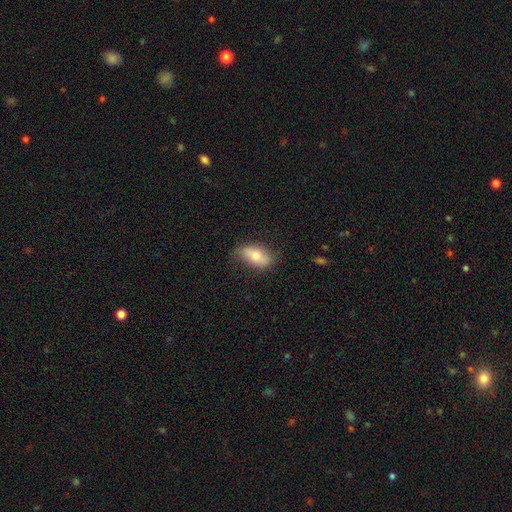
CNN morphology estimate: type=smooth (65%); roundness=in between (88%); merging=none (74%).